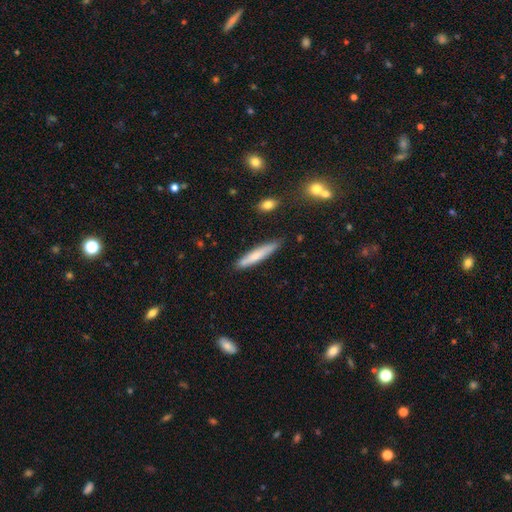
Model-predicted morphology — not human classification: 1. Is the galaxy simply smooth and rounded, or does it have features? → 71% smooth, 23% featured or disk, 6% star or artifact.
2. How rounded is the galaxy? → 91% cigar-shaped, 7% in between, 1% round.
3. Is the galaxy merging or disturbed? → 83% none, 13% minor disturbance, 2% major disturbance, 2% merger.